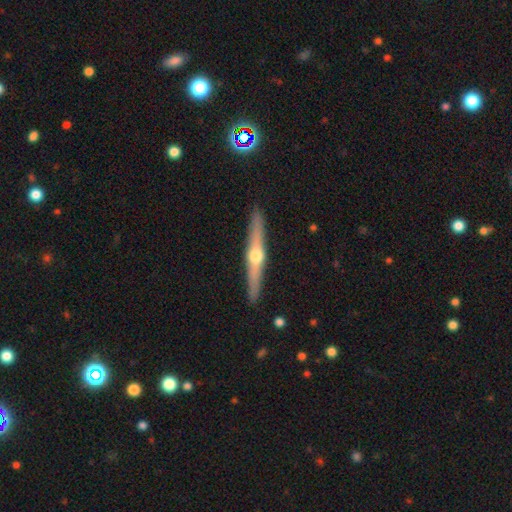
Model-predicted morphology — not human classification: This is likely a featured or disk galaxy (74%). It is clearly viewed edge-on (97%). Edge-on bulge: clearly rounded (95%). Merging: clearly none (91%).